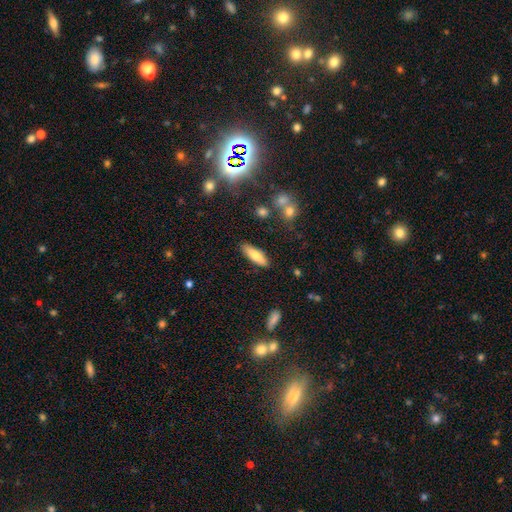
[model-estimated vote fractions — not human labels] Smooth or featured? Predicted: smooth (p=0.71). How rounded? Predicted: cigar-shaped (p=0.58). Merging? Predicted: none (p=0.87).